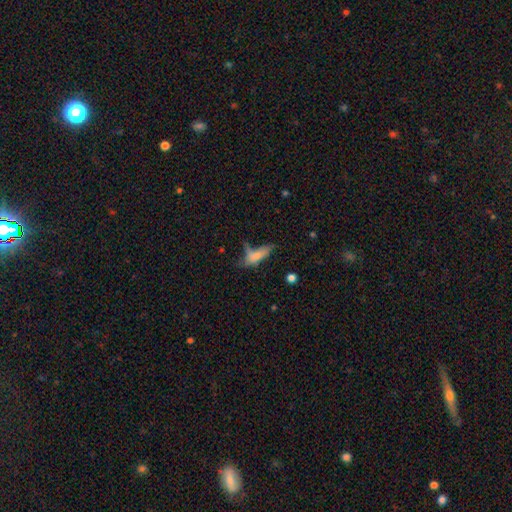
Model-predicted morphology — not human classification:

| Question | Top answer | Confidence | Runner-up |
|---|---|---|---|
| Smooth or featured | smooth | 67% | featured or disk (22%) |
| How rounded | in between | 56% | cigar-shaped (41%) |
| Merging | none | 33% | major disturbance (26%) |